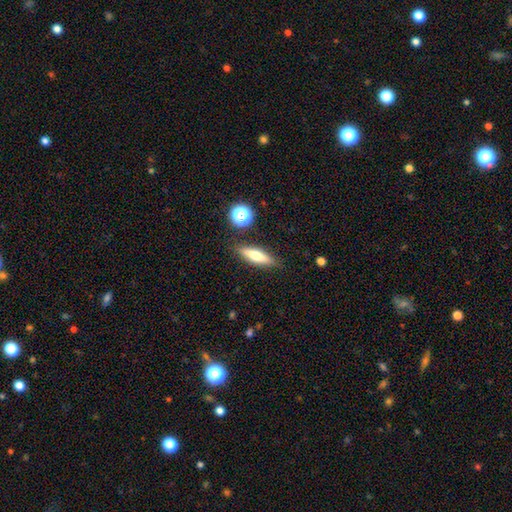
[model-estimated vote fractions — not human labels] smooth_or_featured: smooth (p=0.55) [alt: featured or disk p=0.36]
how_rounded: cigar-shaped (p=0.63) [alt: in between p=0.34]
merging: none (p=0.85) [alt: minor disturbance p=0.10]